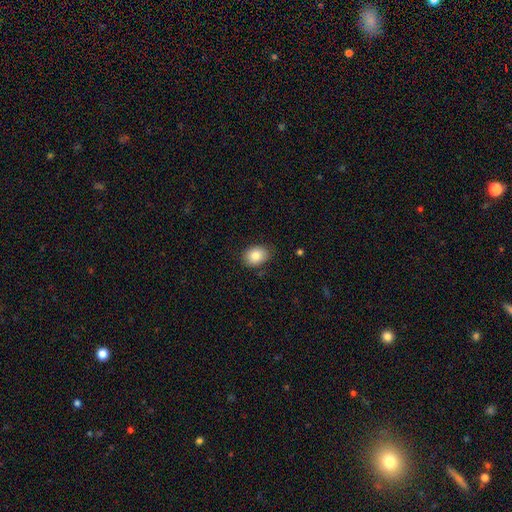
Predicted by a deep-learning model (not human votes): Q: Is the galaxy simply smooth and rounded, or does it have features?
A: smooth — 85%.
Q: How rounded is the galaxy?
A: in between — 66%.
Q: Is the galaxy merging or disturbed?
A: none — 83%.